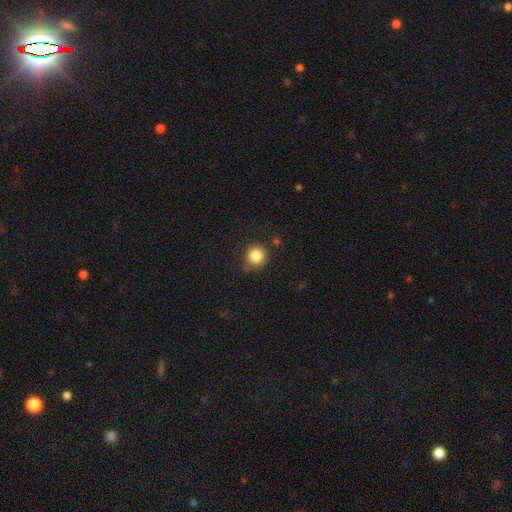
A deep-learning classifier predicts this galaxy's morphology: This is clearly a smooth galaxy (84%). How rounded: clearly round (91%). Merging: likely none (77%).